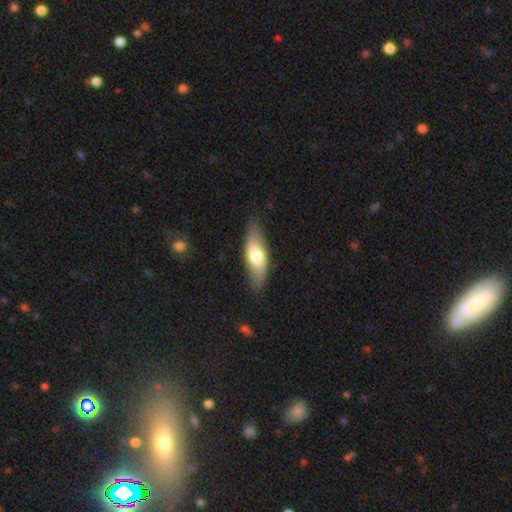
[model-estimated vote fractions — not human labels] This appears to be a smooth galaxy with no disk features (66%) that is in between round and cigar-shaped (65%). Merging: none (82%).